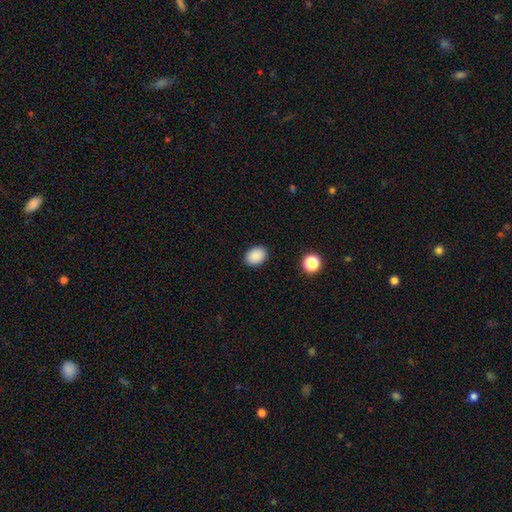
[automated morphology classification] Overall: smooth (88%). How rounded: in between (74%). Merging: none (89%).